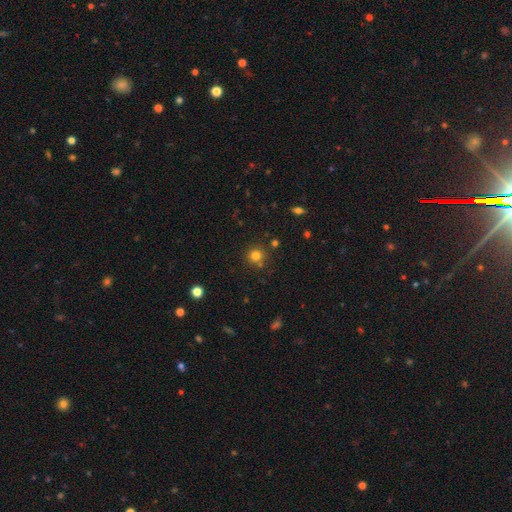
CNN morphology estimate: Q: Smooth or featured?
A: smooth (78%); runner-up: star or artifact (15%)
Q: How rounded?
A: round (93%); runner-up: in between (6%)
Q: Merging?
A: none (81%); runner-up: minor disturbance (8%)